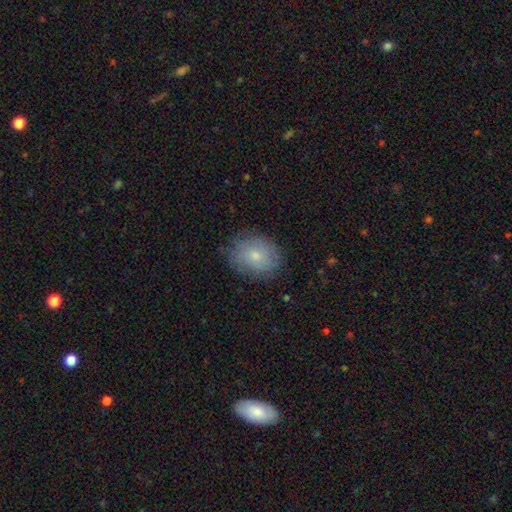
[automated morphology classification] smooth_or_featured: smooth (p=0.71) [alt: featured or disk p=0.21]
how_rounded: in between (p=0.58) [alt: round p=0.41]
merging: none (p=0.80) [alt: minor disturbance p=0.15]